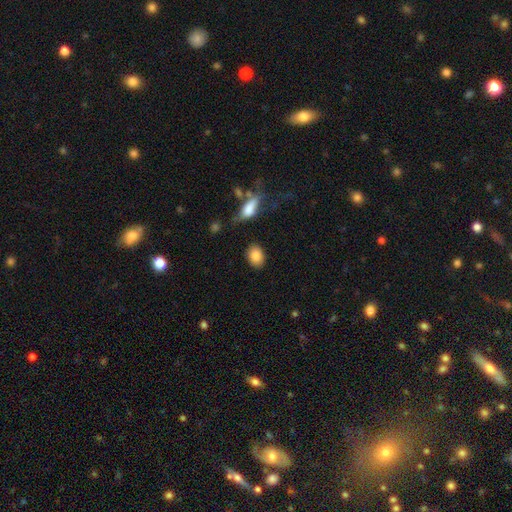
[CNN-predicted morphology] Smooth or featured?
  - smooth: 86% *
  - star or artifact: 7%
  - featured or disk: 7%
How rounded?
  - in between: 65% *
  - round: 33%
  - cigar-shaped: 2%
Merging?
  - none: 85% *
  - minor disturbance: 10%
  - major disturbance: 3%
  - merger: 3%